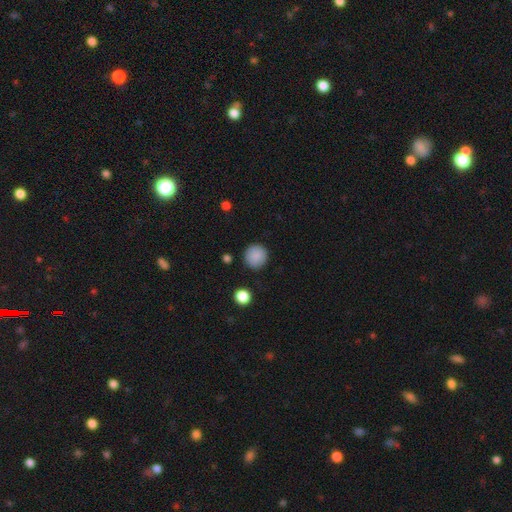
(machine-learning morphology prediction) smooth-or-featured: smooth: 87% | star or artifact: 9% | featured or disk: 4%
  how-rounded: round: 94% | in between: 5% | cigar-shaped: 1%
  merging: none: 89% | minor disturbance: 7% | major disturbance: 2% | merger: 1%